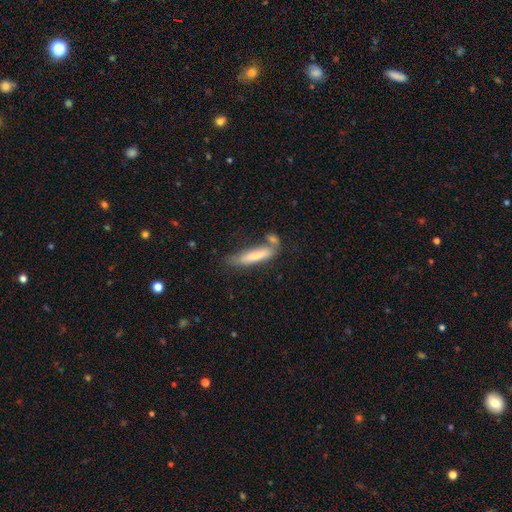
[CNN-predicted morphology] smooth_or_featured: smooth (p=0.72) [alt: featured or disk p=0.22]
how_rounded: cigar-shaped (p=0.81) [alt: in between p=0.18]
merging: none (p=0.50) [alt: minor disturbance p=0.21]